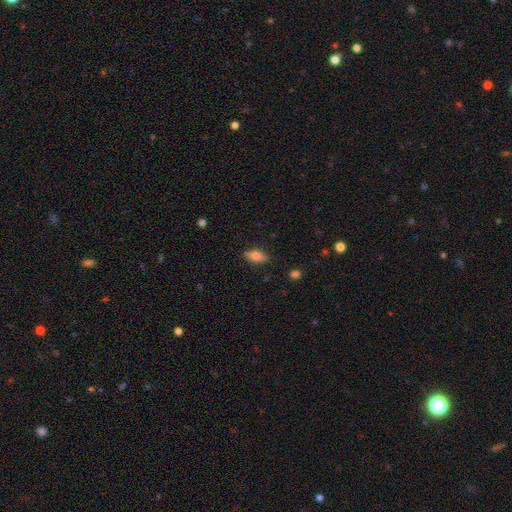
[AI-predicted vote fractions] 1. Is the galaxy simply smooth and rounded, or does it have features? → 76% smooth, 16% featured or disk, 7% star or artifact.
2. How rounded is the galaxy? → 79% in between, 17% cigar-shaped, 3% round.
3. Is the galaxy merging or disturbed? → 84% none, 13% minor disturbance, 3% major disturbance, 1% merger.